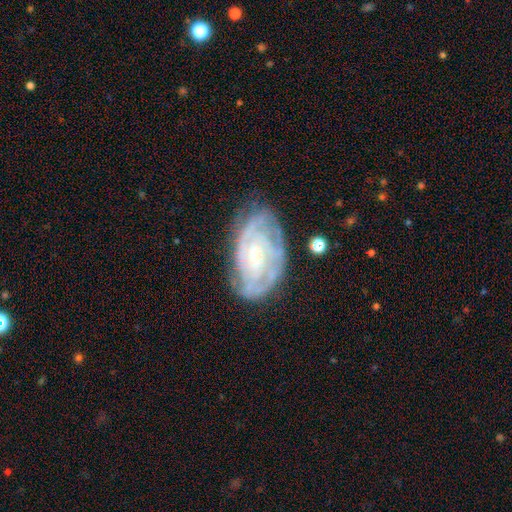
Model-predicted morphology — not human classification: A featured or disk galaxy (81%) with no bar (54%), tight (69%) spiral arms (89%) and a small central bulge (59%).

Vote fractions:
- Smooth or featured? featured or disk: 81% / smooth: 13% / star or artifact: 6%
- Edge-on disk? no: 96% / yes: 4%
- Bar? no: 54% / weak: 37% / strong: 9%
- Spiral arms? yes: 89% / no: 11%
- Spiral winding? tight: 69% / medium: 25% / loose: 6%
- Spiral arm count? can't tell: 47% / 2: 20% / 3: 15% / 4: 9% / more than 4: 4% / 1: 4%
- Bulge size? small: 59% / moderate: 36% / none: 2% / large: 2% / dominant: 1%
- Merging? none: 68% / minor disturbance: 23% / major disturbance: 7% / merger: 2%